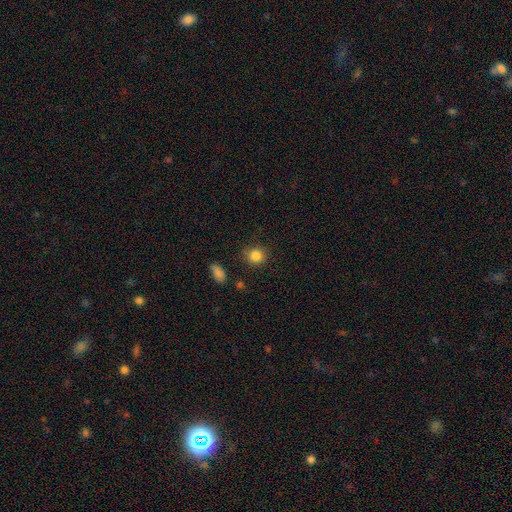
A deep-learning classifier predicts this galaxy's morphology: smooth_or_featured: smooth (p=0.85) [alt: star or artifact p=0.10]
how_rounded: round (p=0.86) [alt: in between p=0.13]
merging: none (p=0.84) [alt: minor disturbance p=0.11]